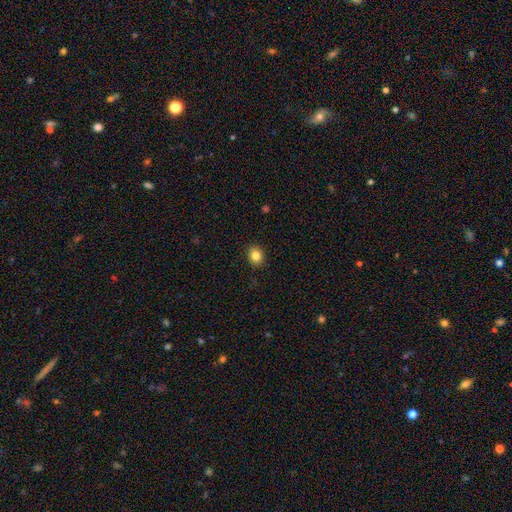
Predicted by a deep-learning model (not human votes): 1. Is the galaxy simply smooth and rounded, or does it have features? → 84% smooth, 10% star or artifact, 6% featured or disk.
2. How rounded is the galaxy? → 62% round, 37% in between, 1% cigar-shaped.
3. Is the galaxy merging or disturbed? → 90% none, 8% minor disturbance, 2% major disturbance, 1% merger.